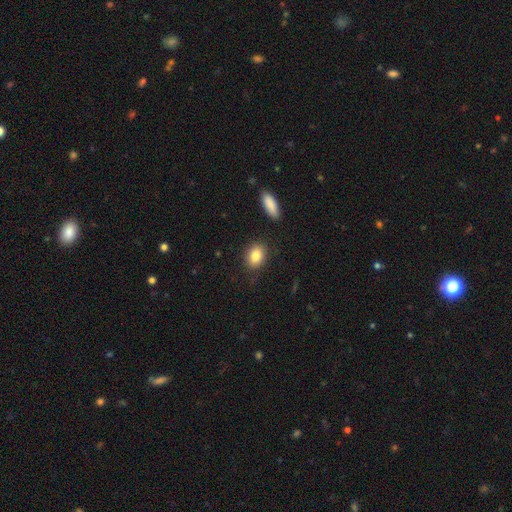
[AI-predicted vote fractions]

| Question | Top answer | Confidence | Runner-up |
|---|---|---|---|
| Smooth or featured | smooth | 84% | star or artifact (8%) |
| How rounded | in between | 65% | round (33%) |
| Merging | none | 84% | minor disturbance (10%) |